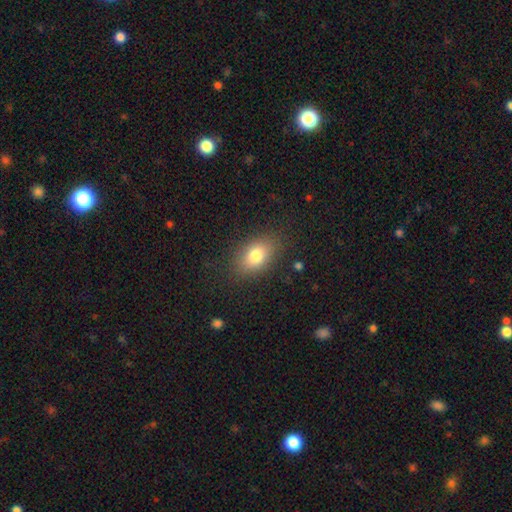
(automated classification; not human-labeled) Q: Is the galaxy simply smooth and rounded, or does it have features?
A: smooth — 78%.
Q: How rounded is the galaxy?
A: in between — 84%.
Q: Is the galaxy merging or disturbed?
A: none — 83%.